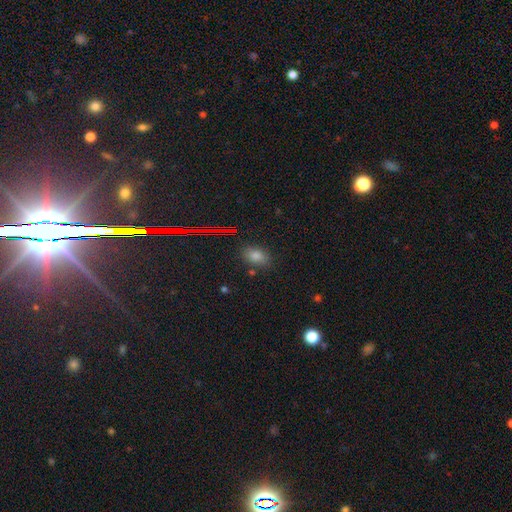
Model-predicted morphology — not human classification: type=smooth (71%); roundness=in between (78%); merging=none (81%).